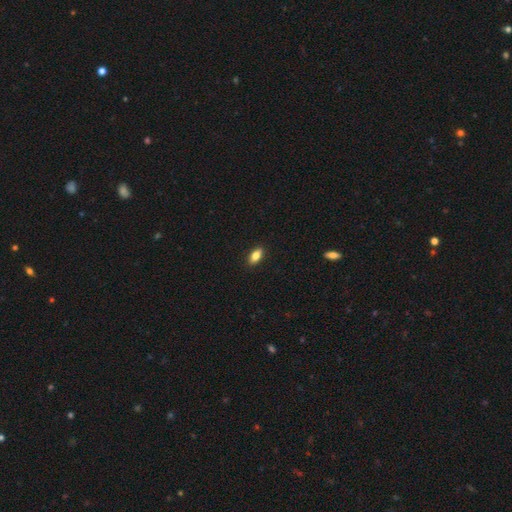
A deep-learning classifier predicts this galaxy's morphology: This appears to be a smooth galaxy with no disk features (81%) that is in between round and cigar-shaped (86%). Merging: none (89%).